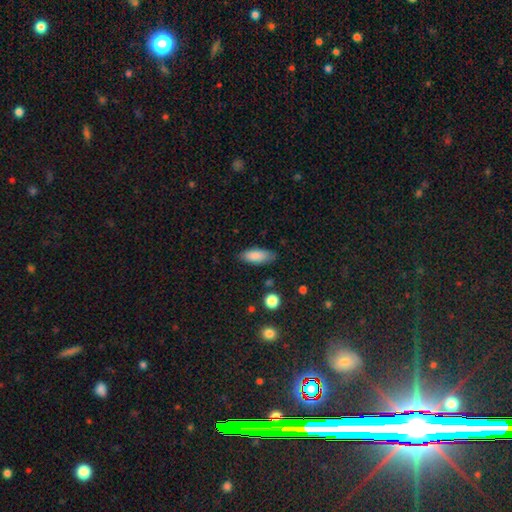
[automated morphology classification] Q: Smooth or featured?
A: smooth (86%); runner-up: featured or disk (7%)
Q: How rounded?
A: in between (76%); runner-up: cigar-shaped (22%)
Q: Merging?
A: none (80%); runner-up: minor disturbance (15%)